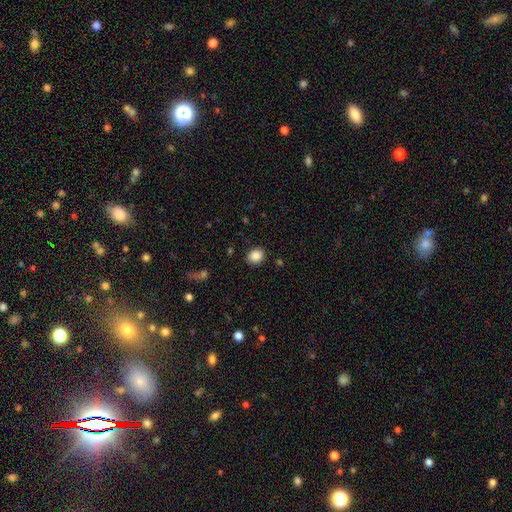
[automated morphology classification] A smooth galaxy with no disk features (87%) that is round (57%). Merging: none (88%).